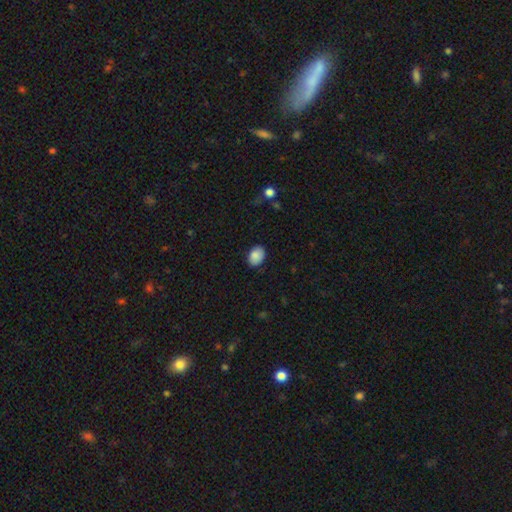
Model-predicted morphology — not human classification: Smooth or featured?
  - smooth: 88% *
  - star or artifact: 7%
  - featured or disk: 5%
How rounded?
  - in between: 76% *
  - round: 23%
  - cigar-shaped: 1%
Merging?
  - none: 86% *
  - minor disturbance: 11%
  - major disturbance: 2%
  - merger: 1%